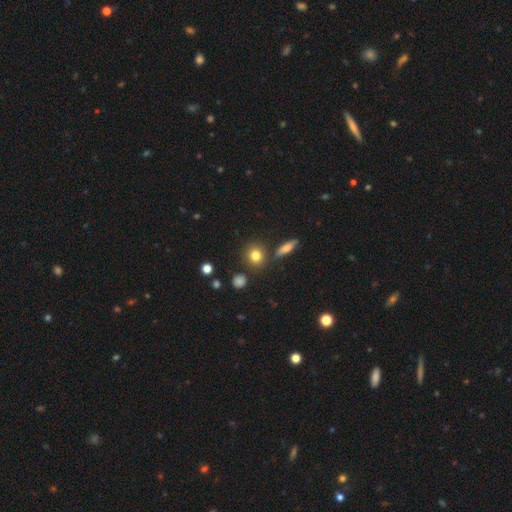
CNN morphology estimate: Smooth or featured?
  - smooth: 80% *
  - star or artifact: 11%
  - featured or disk: 8%
How rounded?
  - round: 84% *
  - in between: 14%
  - cigar-shaped: 2%
Merging?
  - none: 82% *
  - minor disturbance: 9%
  - merger: 6%
  - major disturbance: 3%